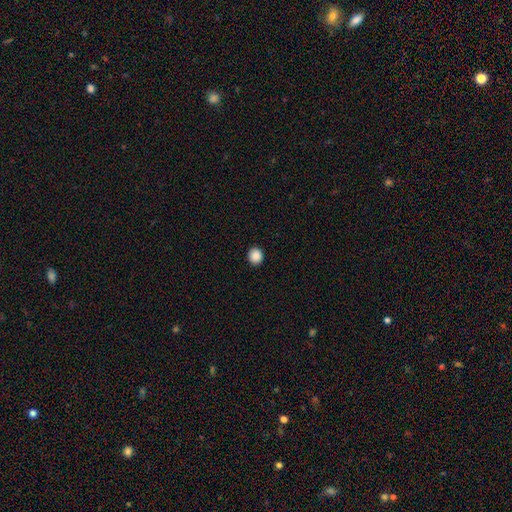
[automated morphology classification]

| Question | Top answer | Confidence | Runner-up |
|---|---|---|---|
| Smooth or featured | smooth | 89% | star or artifact (9%) |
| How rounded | round | 82% | in between (17%) |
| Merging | none | 93% | minor disturbance (5%) |